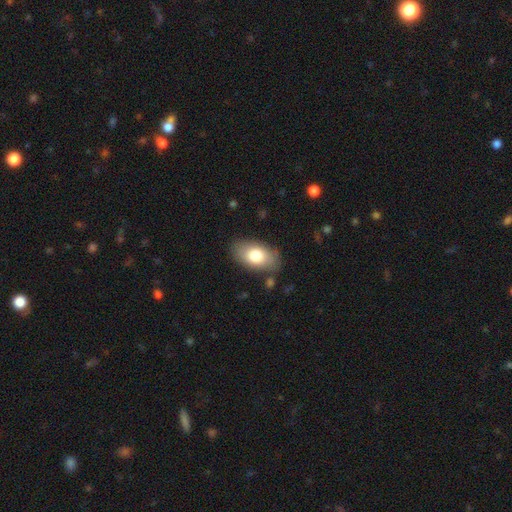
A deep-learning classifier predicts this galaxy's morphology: smooth_or_featured: smooth (p=0.77) [alt: featured or disk p=0.16]
how_rounded: in between (p=0.93) [alt: round p=0.06]
merging: none (p=0.81) [alt: minor disturbance p=0.13]